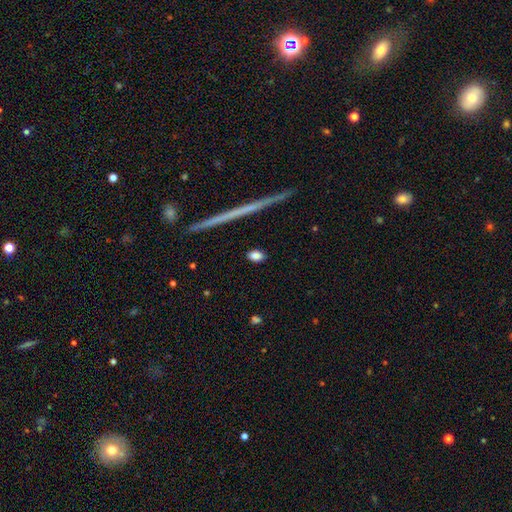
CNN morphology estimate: smooth-or-featured: smooth: 82% | featured or disk: 10% | star or artifact: 8%
  how-rounded: in between: 75% | round: 20% | cigar-shaped: 5%
  merging: none: 88% | minor disturbance: 8% | major disturbance: 2% | merger: 1%